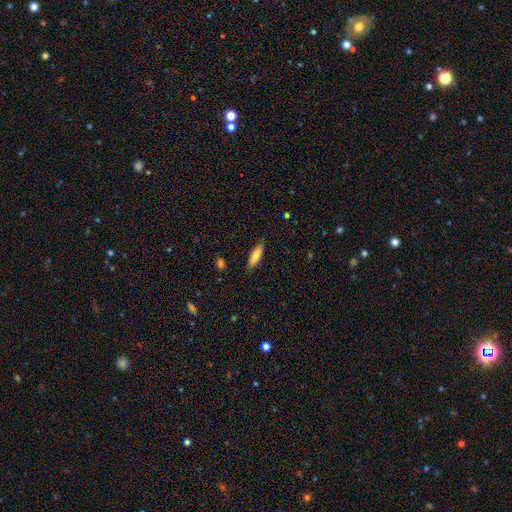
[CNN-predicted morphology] type=smooth (76%); roundness=cigar-shaped (54%); merging=none (86%).